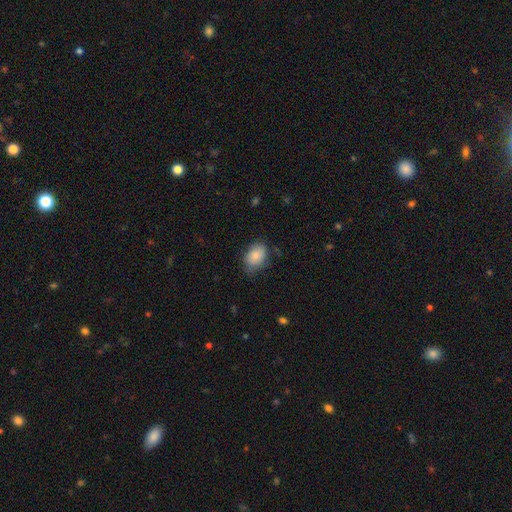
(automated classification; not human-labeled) smooth-or-featured: smooth: 84% | featured or disk: 9% | star or artifact: 7%
  how-rounded: in between: 77% | round: 21% | cigar-shaped: 1%
  merging: none: 67% | minor disturbance: 26% | major disturbance: 6% | merger: 1%